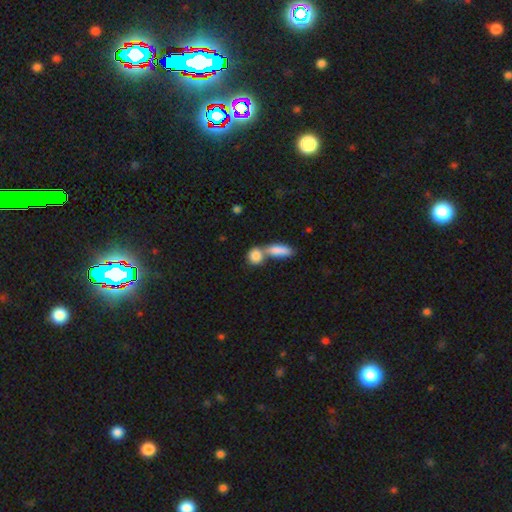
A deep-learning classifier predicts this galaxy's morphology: smooth-or-featured: smooth: 84% | featured or disk: 9% | star or artifact: 7%
  how-rounded: round: 47% | in between: 44% | cigar-shaped: 8%
  merging: merger: 54% | none: 35% | minor disturbance: 8% | major disturbance: 4%